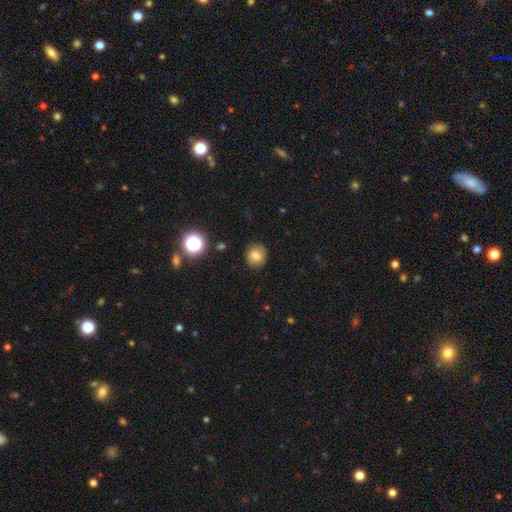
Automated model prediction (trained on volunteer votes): A smooth galaxy with no disk features (79%) that is round (90%).

Vote fractions:
- Smooth or featured? smooth: 79% / star or artifact: 13% / featured or disk: 8%
- How rounded? round: 90% / in between: 10% / cigar-shaped: 1%
- Merging? none: 89% / minor disturbance: 8% / major disturbance: 2% / merger: 1%